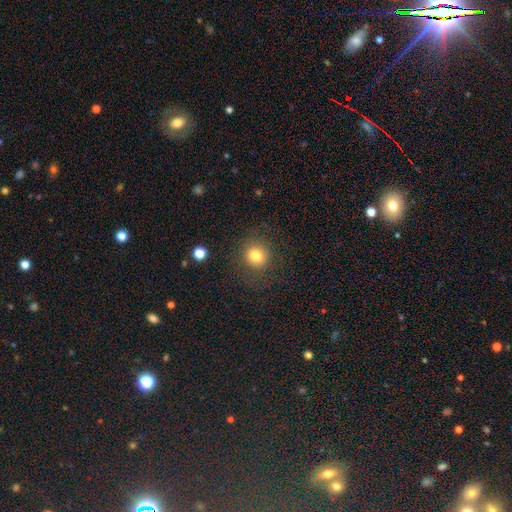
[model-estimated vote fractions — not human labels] smooth_or_featured: smooth (p=0.79) [alt: star or artifact p=0.13]
how_rounded: round (p=0.87) [alt: in between p=0.12]
merging: none (p=0.83) [alt: minor disturbance p=0.10]